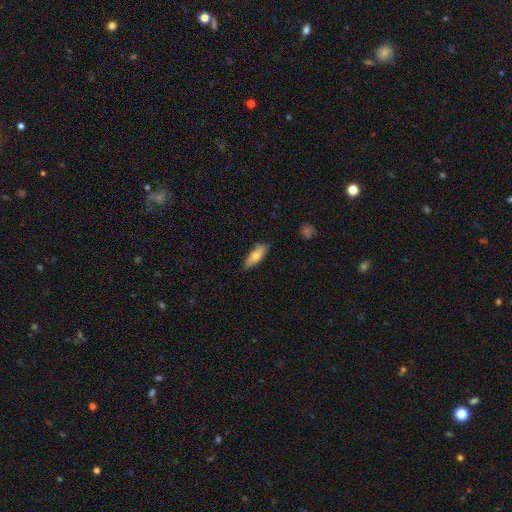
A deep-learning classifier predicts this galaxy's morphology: A smooth galaxy with no disk features (73%) that is in between round and cigar-shaped (69%).

Vote fractions:
- Smooth or featured? smooth: 73% / featured or disk: 21% / star or artifact: 6%
- How rounded? in between: 69% / cigar-shaped: 29% / round: 2%
- Merging? none: 80% / minor disturbance: 16% / major disturbance: 2% / merger: 2%